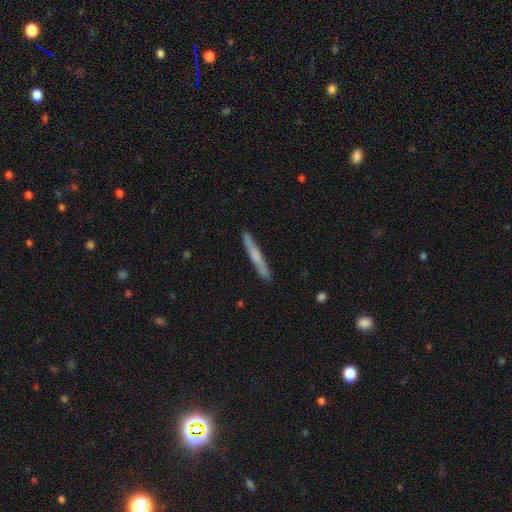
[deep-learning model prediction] This is possibly a smooth galaxy (59%). How rounded: clearly cigar-shaped (96%). Merging: clearly none (90%).